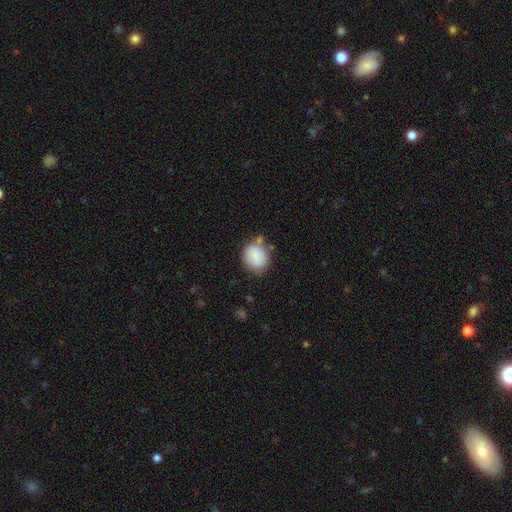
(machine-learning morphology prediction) Q: Smooth or featured?
A: smooth (83%); runner-up: featured or disk (9%)
Q: How rounded?
A: round (70%); runner-up: in between (29%)
Q: Merging?
A: none (62%); runner-up: minor disturbance (22%)